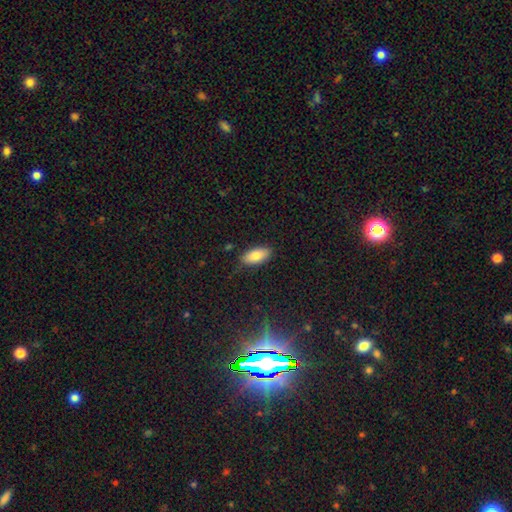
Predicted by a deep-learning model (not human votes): Smooth or featured: smooth — 82% (featured or disk — 11%)
How rounded: in between — 89% (cigar-shaped — 9%)
Merging: none — 83% (minor disturbance — 13%)